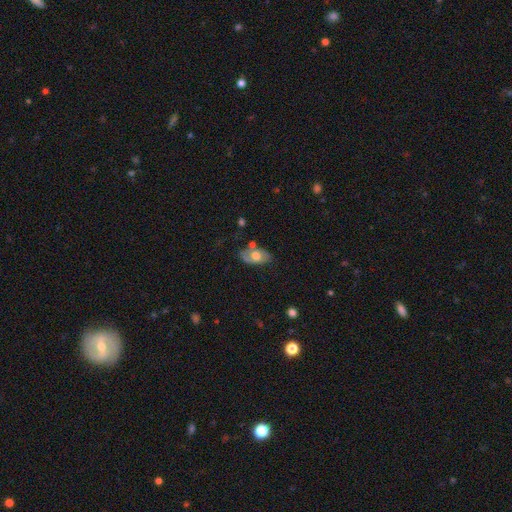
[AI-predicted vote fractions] Smooth or featured? smooth (51%)
How rounded? in between (90%)
Merging? none (62%)